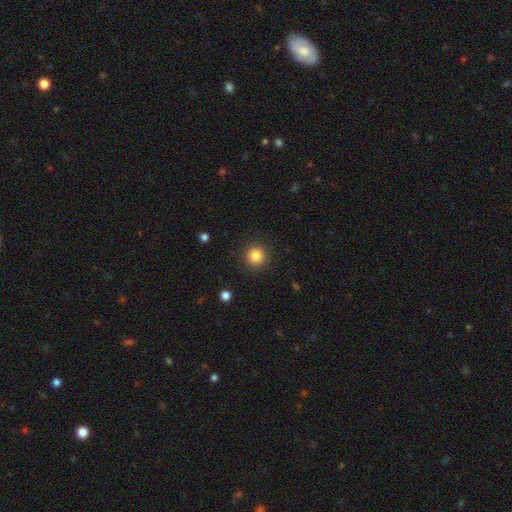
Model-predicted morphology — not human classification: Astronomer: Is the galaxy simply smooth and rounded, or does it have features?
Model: smooth — 85%.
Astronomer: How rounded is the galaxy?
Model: round — 94%.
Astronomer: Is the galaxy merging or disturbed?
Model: none — 90%.